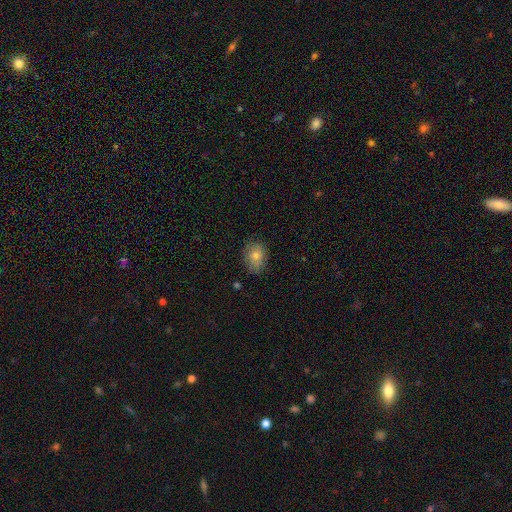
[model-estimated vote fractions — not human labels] A smooth galaxy with no disk features (72%) that is in between round and cigar-shaped (66%). Merging: none (78%).